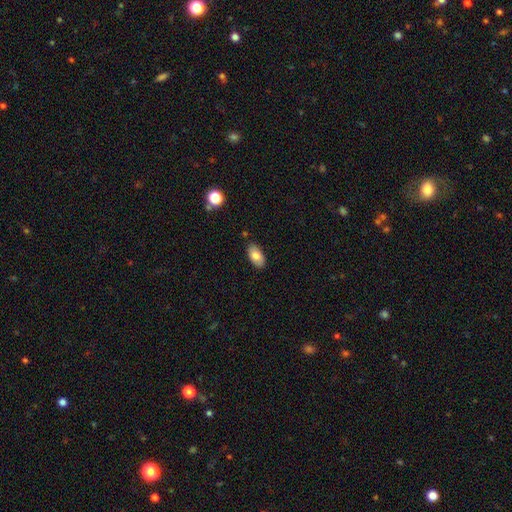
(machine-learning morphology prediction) smooth-or-featured: smooth: 79% | featured or disk: 14% | star or artifact: 7%
  how-rounded: in between: 94% | cigar-shaped: 3% | round: 3%
  merging: none: 85% | minor disturbance: 11% | major disturbance: 2% | merger: 2%